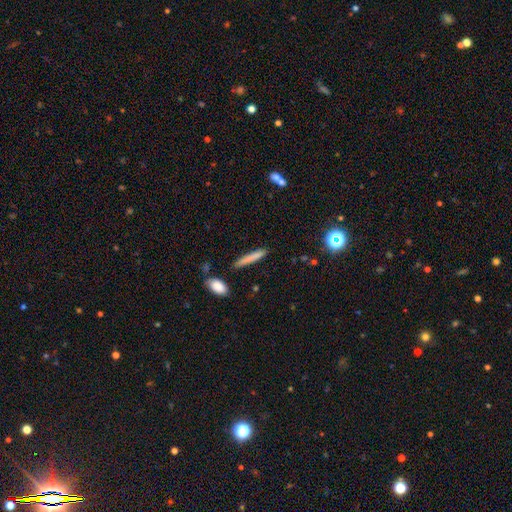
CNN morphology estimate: The model was most divided on "smooth or featured": smooth: 73%, featured or disk: 18%, star or artifact: 10%. More confident: how rounded — cigar-shaped (93%); merging — none (87%).